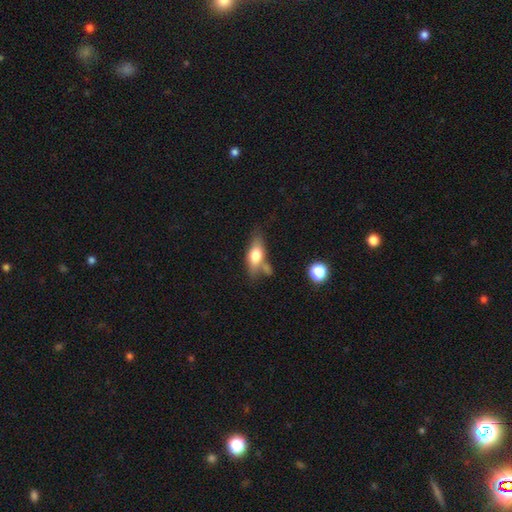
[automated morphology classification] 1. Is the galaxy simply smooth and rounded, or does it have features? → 64% smooth, 29% featured or disk, 7% star or artifact.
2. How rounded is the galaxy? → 71% in between, 25% cigar-shaped, 5% round.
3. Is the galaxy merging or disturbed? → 55% none, 20% minor disturbance, 17% merger, 7% major disturbance.